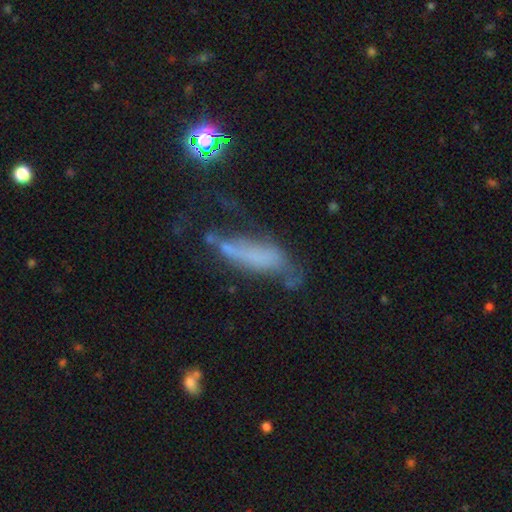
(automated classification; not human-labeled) Morphology: type=smooth (42%); merging=major disturbance (36%).